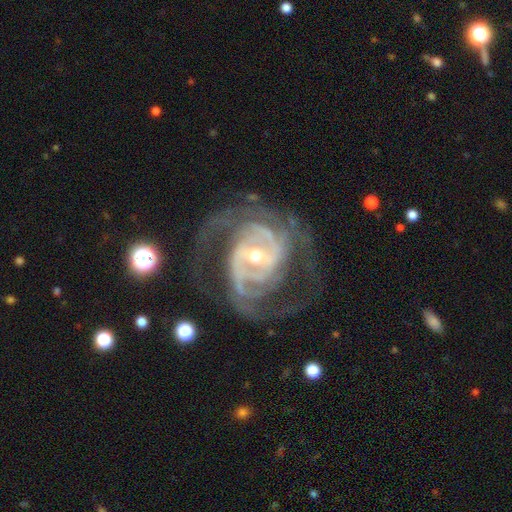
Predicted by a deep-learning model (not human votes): featured or disk 92%, star or artifact 5%, smooth 3%. Down the decision tree: edge-on disk — no (98%); bar — weak (42%); spiral arms — yes (97%); spiral arm count — 2 (36%); spiral winding — tight (48%); bulge size — small (49%); merging — none (63%).